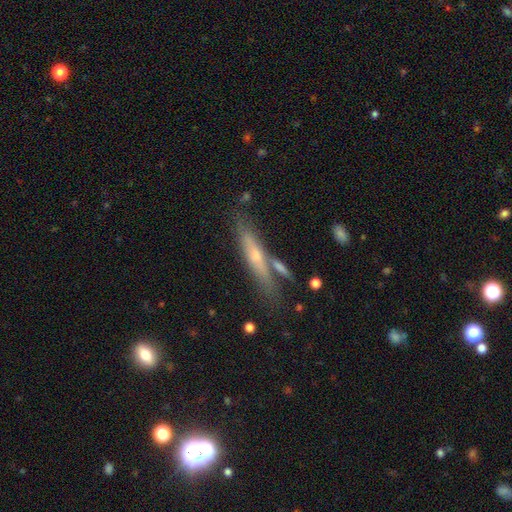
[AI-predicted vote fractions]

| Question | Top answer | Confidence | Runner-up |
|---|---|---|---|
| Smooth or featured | featured or disk | 55% | smooth (37%) |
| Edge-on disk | yes | 91% | no (9%) |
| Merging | none | 74% | minor disturbance (14%) |